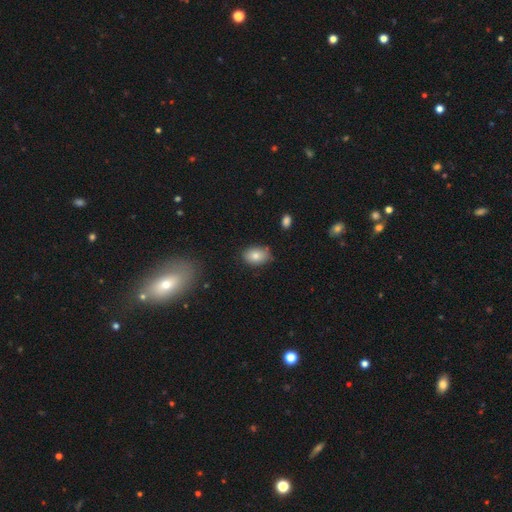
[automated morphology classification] Smooth or featured?
  - smooth: 81% *
  - featured or disk: 10%
  - star or artifact: 8%
How rounded?
  - in between: 82% *
  - round: 16%
  - cigar-shaped: 1%
Merging?
  - none: 77% *
  - minor disturbance: 18%
  - major disturbance: 3%
  - merger: 2%